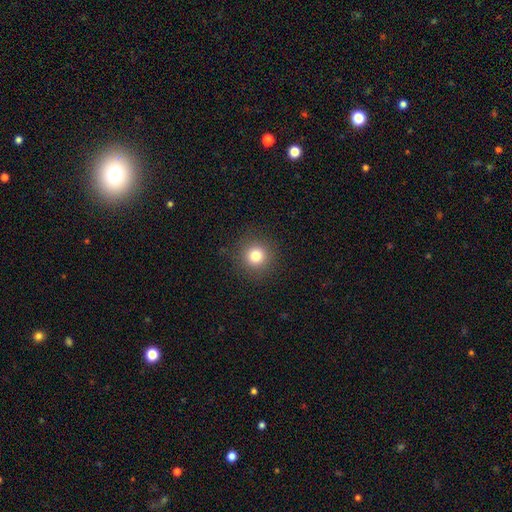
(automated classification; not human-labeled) Smooth or featured?
  - smooth: 81% *
  - star or artifact: 13%
  - featured or disk: 7%
How rounded?
  - round: 94% *
  - in between: 5%
  - cigar-shaped: 1%
Merging?
  - none: 90% *
  - minor disturbance: 7%
  - major disturbance: 3%
  - merger: 1%